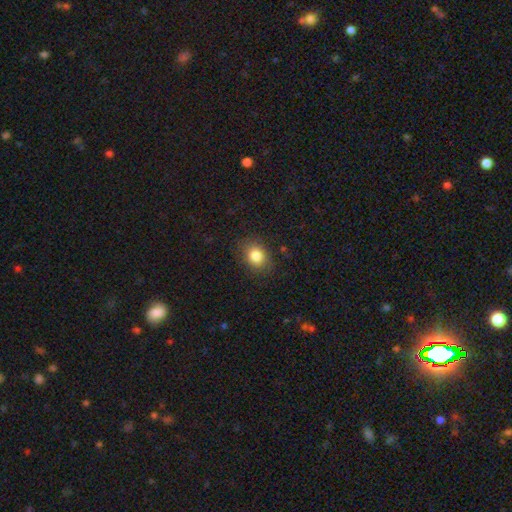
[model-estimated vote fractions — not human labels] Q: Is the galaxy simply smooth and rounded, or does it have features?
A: smooth — 83%.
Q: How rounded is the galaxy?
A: in between — 52%.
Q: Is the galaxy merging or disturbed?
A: none — 84%.